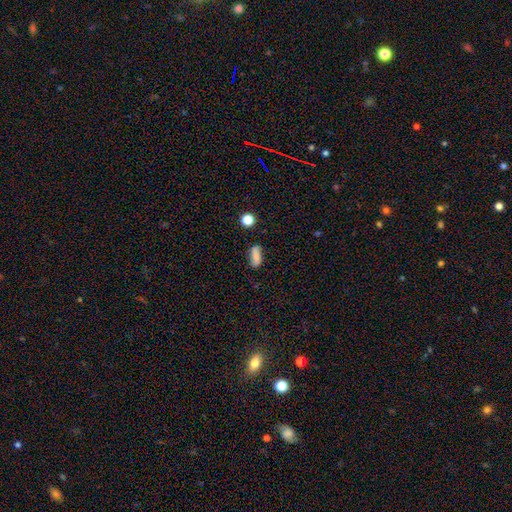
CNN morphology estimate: Smooth or featured?
  - smooth: 79% *
  - star or artifact: 11%
  - featured or disk: 10%
How rounded?
  - in between: 73% *
  - cigar-shaped: 21%
  - round: 6%
Merging?
  - none: 72% *
  - minor disturbance: 19%
  - major disturbance: 5%
  - merger: 4%